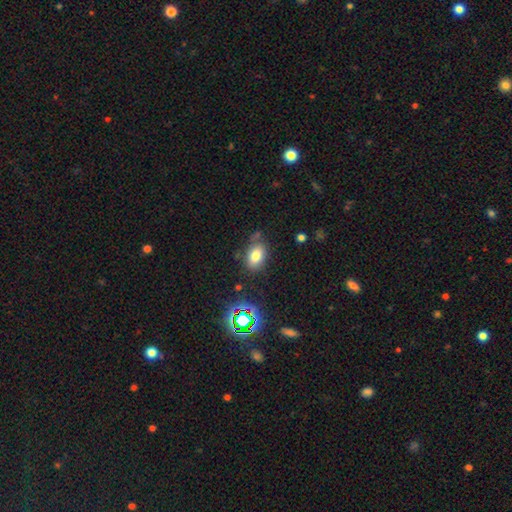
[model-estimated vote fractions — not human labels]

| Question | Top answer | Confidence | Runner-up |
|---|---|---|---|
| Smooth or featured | smooth | 77% | star or artifact (12%) |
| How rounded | in between | 86% | round (13%) |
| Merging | none | 71% | minor disturbance (17%) |